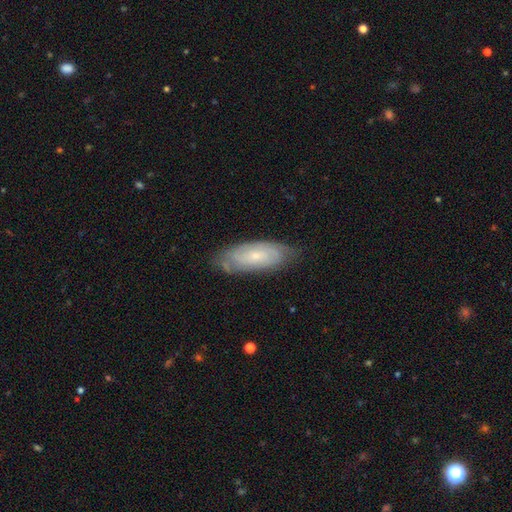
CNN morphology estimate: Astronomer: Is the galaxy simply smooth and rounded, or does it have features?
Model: featured or disk — 59% (runner-up: smooth, 35%).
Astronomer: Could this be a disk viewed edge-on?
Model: no — 86%.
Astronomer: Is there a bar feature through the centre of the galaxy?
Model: no — 72%.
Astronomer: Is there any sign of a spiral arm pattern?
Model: yes — 81%.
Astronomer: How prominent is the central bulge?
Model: small — 72%.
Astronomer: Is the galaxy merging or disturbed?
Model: none — 74%.